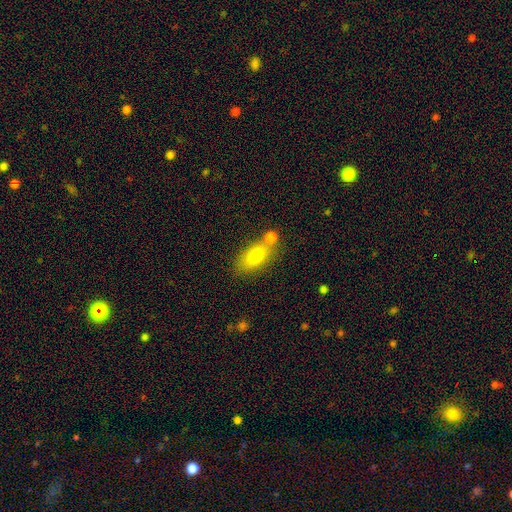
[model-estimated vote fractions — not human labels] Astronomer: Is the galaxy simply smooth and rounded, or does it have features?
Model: smooth — 78%.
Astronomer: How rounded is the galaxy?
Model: in between — 84%.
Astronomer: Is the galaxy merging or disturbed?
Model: none — 56%.